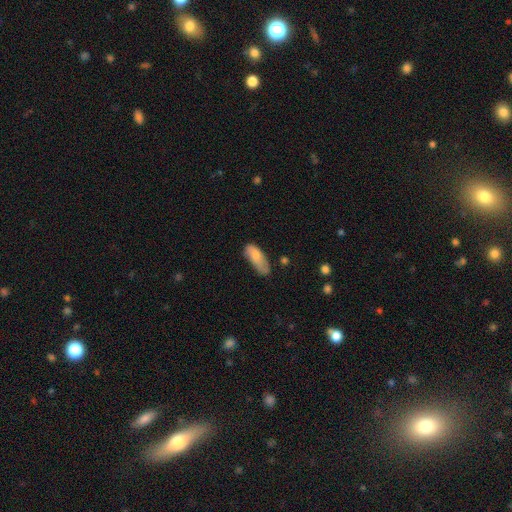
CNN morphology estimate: type=smooth (78%); roundness=in between (81%); merging=none (45%).